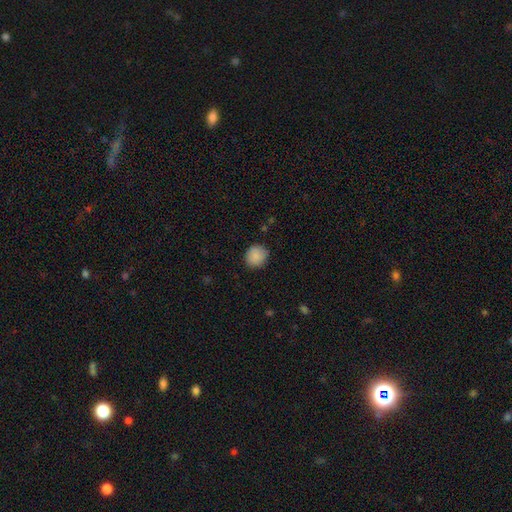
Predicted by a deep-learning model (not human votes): smooth-or-featured: smooth: 87% | star or artifact: 8% | featured or disk: 5%
  how-rounded: round: 84% | in between: 15% | cigar-shaped: 1%
  merging: none: 86% | minor disturbance: 11% | major disturbance: 2% | merger: 1%